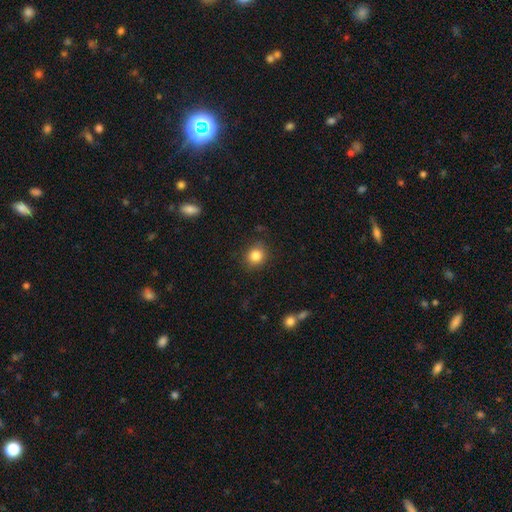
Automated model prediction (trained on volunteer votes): Smooth or featured? smooth (84%)
How rounded? round (80%)
Merging? none (86%)